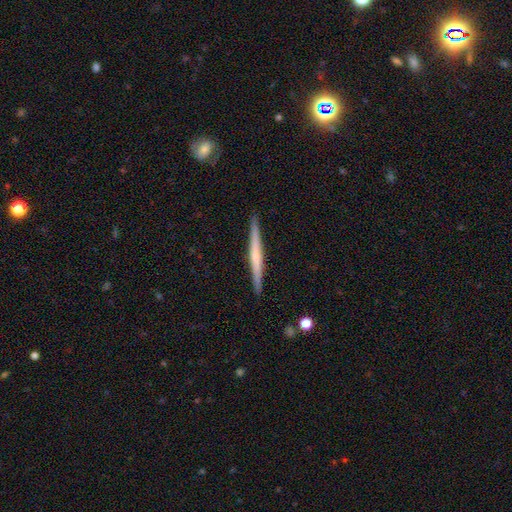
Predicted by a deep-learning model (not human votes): smooth_or_featured: featured or disk (p=0.58) [alt: smooth p=0.36]
disk_edge_on: yes (p=0.98) [alt: no p=0.02]
edge_on_bulge: none (p=0.62) [alt: rounded p=0.26]
merging: none (p=0.92) [alt: minor disturbance p=0.06]